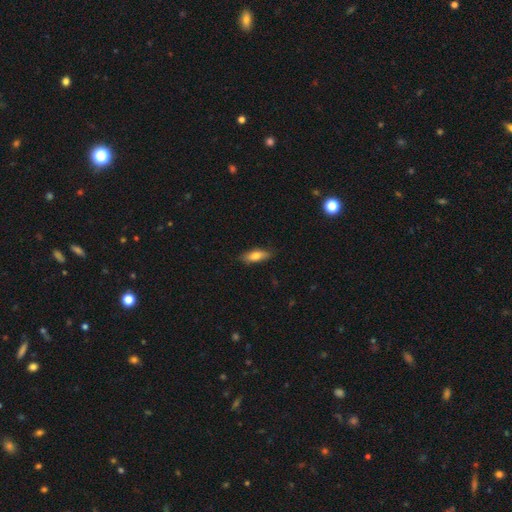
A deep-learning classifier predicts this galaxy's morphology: Smooth or featured?
  - smooth: 75% *
  - featured or disk: 19%
  - star or artifact: 6%
How rounded?
  - in between: 66% *
  - cigar-shaped: 31%
  - round: 3%
Merging?
  - none: 84% *
  - minor disturbance: 13%
  - major disturbance: 2%
  - merger: 1%